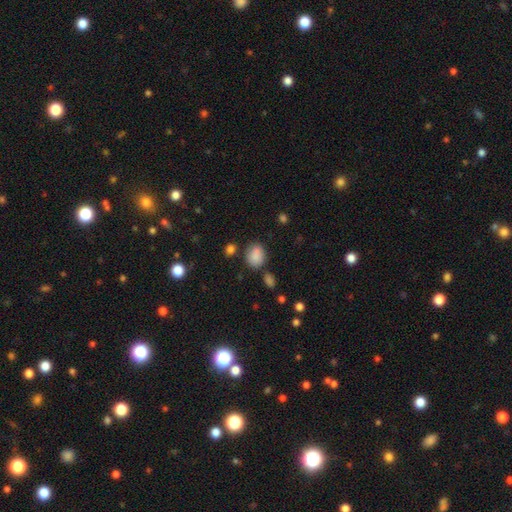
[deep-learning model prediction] Smooth or featured?
  - smooth: 84% *
  - star or artifact: 10%
  - featured or disk: 6%
How rounded?
  - in between: 50% *
  - round: 49%
  - cigar-shaped: 1%
Merging?
  - none: 67% *
  - minor disturbance: 17%
  - merger: 11%
  - major disturbance: 5%